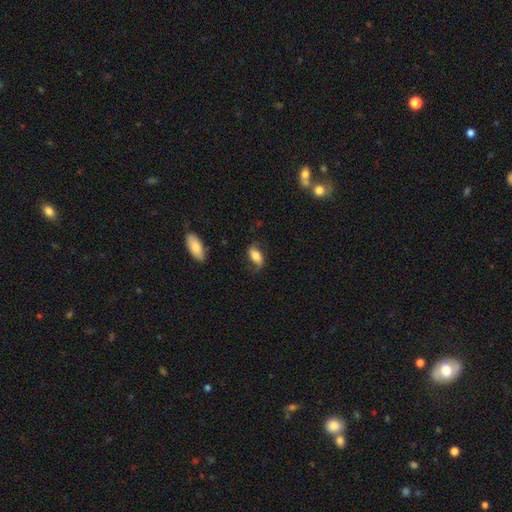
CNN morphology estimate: Smooth or featured?
  - smooth: 61% *
  - featured or disk: 31%
  - star or artifact: 8%
How rounded?
  - in between: 88% *
  - round: 7%
  - cigar-shaped: 5%
Merging?
  - none: 58% *
  - minor disturbance: 26%
  - major disturbance: 13%
  - merger: 2%